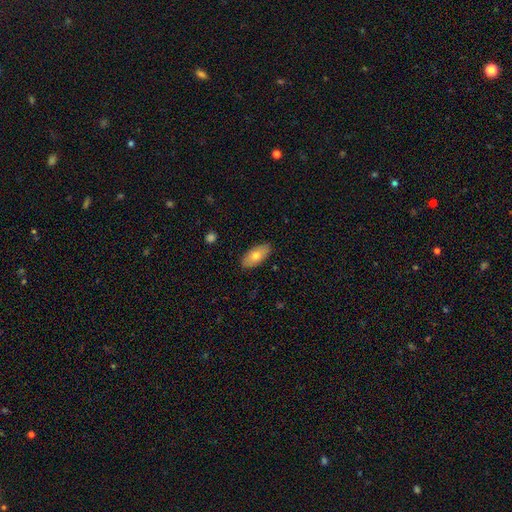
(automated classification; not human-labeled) Smooth or featured: smooth — 72% (featured or disk — 22%)
How rounded: in between — 91% (cigar-shaped — 6%)
Merging: none — 88% (minor disturbance — 9%)